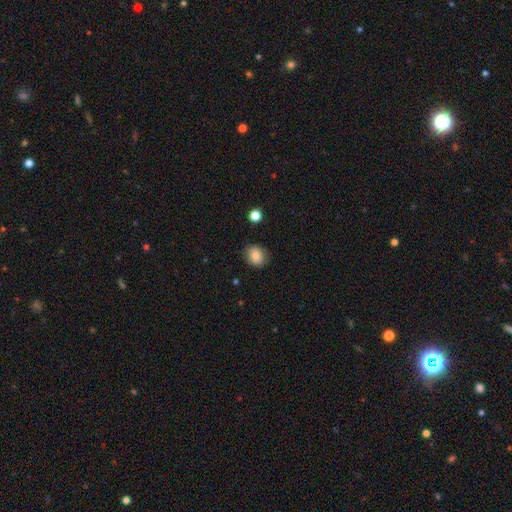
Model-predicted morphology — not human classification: Overall: smooth (82%). How rounded: round (63%; in between 36%). Merging: none (85%).